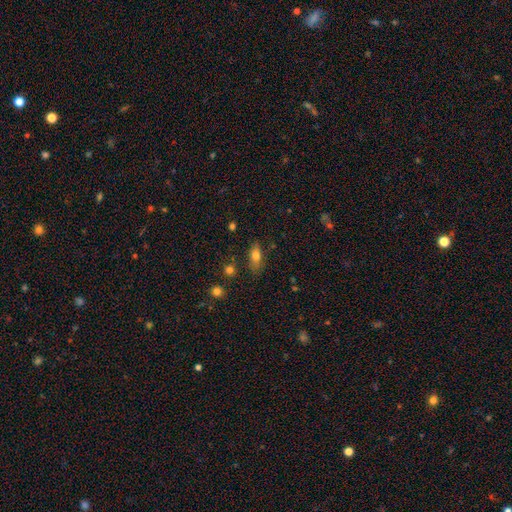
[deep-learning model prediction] A smooth galaxy with no disk features (76%) that is in between round and cigar-shaped (80%). Merging: none (75%).